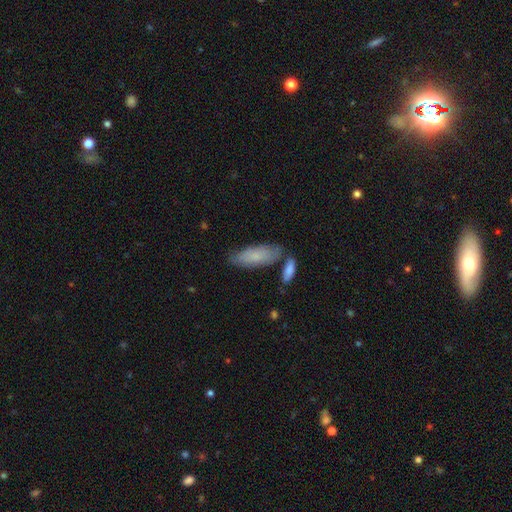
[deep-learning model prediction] A smooth galaxy with no disk features (76%) that is in between round and cigar-shaped (68%). Merging: none (68%).